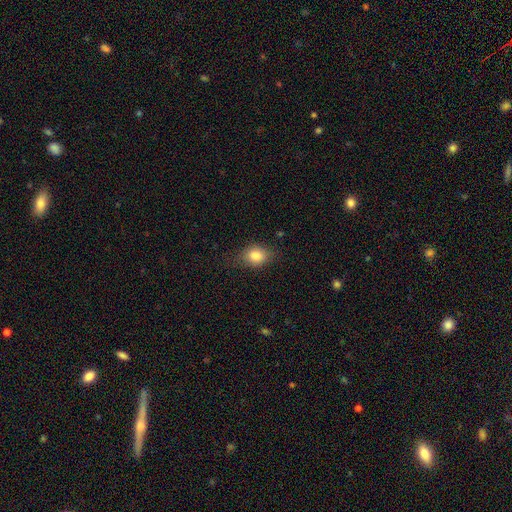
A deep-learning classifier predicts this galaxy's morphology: Q: Smooth or featured?
A: smooth (82%); runner-up: star or artifact (9%)
Q: How rounded?
A: in between (60%); runner-up: round (38%)
Q: Merging?
A: none (73%); runner-up: minor disturbance (21%)